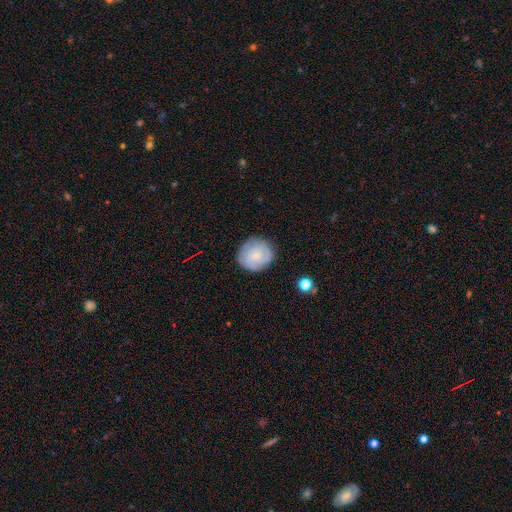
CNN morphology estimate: Smooth or featured?
  - smooth: 51% *
  - featured or disk: 42%
  - star or artifact: 7%
How rounded?
  - round: 88% *
  - in between: 11%
  - cigar-shaped: 1%
Merging?
  - none: 82% *
  - minor disturbance: 13%
  - major disturbance: 3%
  - merger: 1%